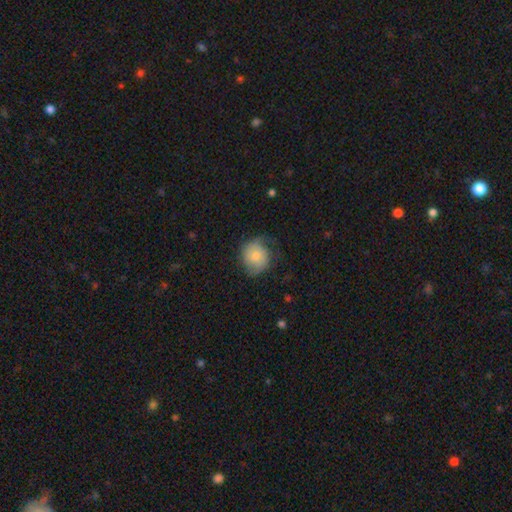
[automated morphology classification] smooth_or_featured: smooth (p=0.61) [alt: featured or disk p=0.32]
how_rounded: round (p=0.79) [alt: in between p=0.20]
merging: none (p=0.56) [alt: minor disturbance p=0.28]